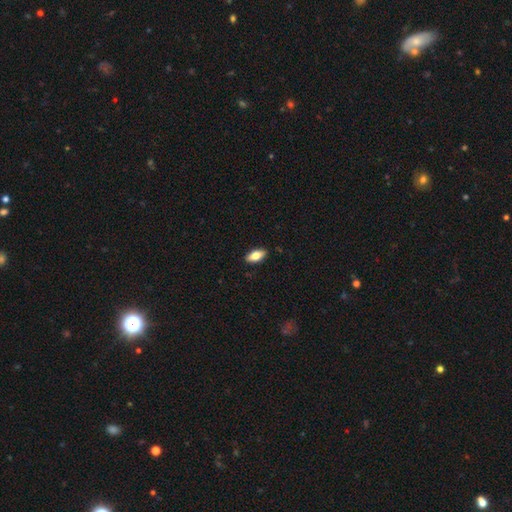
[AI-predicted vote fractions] This is likely a smooth galaxy (73%). How rounded: clearly in between (86%). Merging: clearly none (89%).